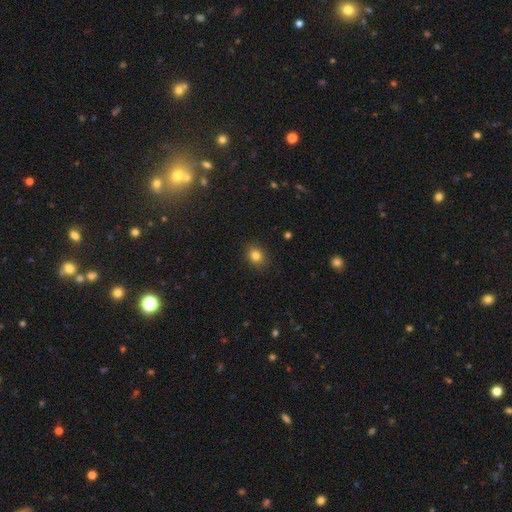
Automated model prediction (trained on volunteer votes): Q: Smooth or featured?
A: smooth (82%); runner-up: star or artifact (12%)
Q: How rounded?
A: round (69%); runner-up: in between (30%)
Q: Merging?
A: none (89%); runner-up: minor disturbance (8%)